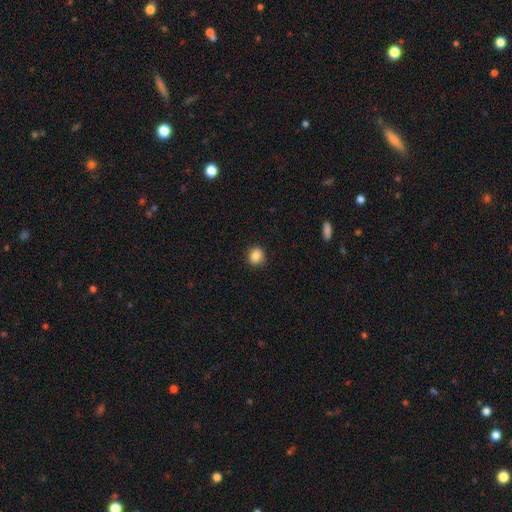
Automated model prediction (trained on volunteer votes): Smooth or featured?
  - smooth: 86% *
  - star or artifact: 10%
  - featured or disk: 5%
How rounded?
  - round: 64% *
  - in between: 35%
  - cigar-shaped: 1%
Merging?
  - none: 88% *
  - minor disturbance: 9%
  - major disturbance: 2%
  - merger: 1%